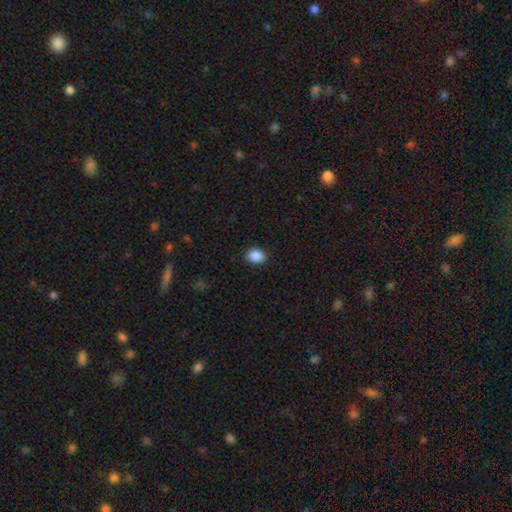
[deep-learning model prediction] smooth-or-featured: smooth: 89% | star or artifact: 8% | featured or disk: 3%
  how-rounded: in between: 62% | round: 37% | cigar-shaped: 1%
  merging: none: 89% | minor disturbance: 8% | major disturbance: 2% | merger: 1%